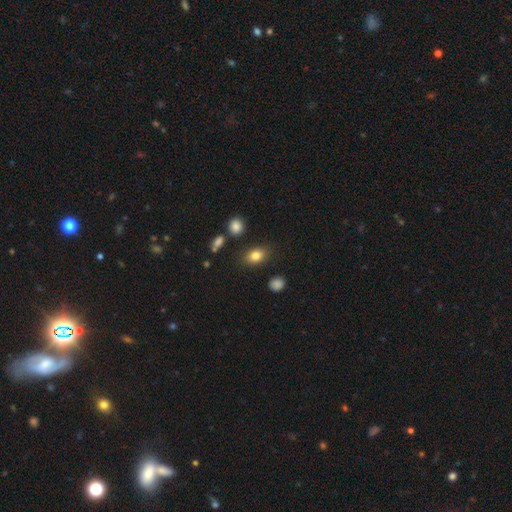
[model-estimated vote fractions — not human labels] A smooth galaxy with no disk features (82%) that is in between round and cigar-shaped (77%).

Vote fractions:
- Smooth or featured? smooth: 82% / star or artifact: 10% / featured or disk: 8%
- How rounded? in between: 77% / round: 21% / cigar-shaped: 2%
- Merging? none: 83% / minor disturbance: 11% / major disturbance: 3% / merger: 3%